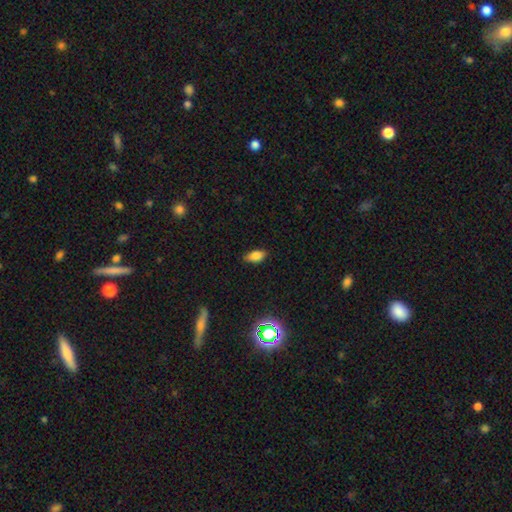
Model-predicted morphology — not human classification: Smooth or featured? Predicted: smooth (p=0.83). How rounded? Predicted: in between (p=0.89). Merging? Predicted: none (p=0.82).